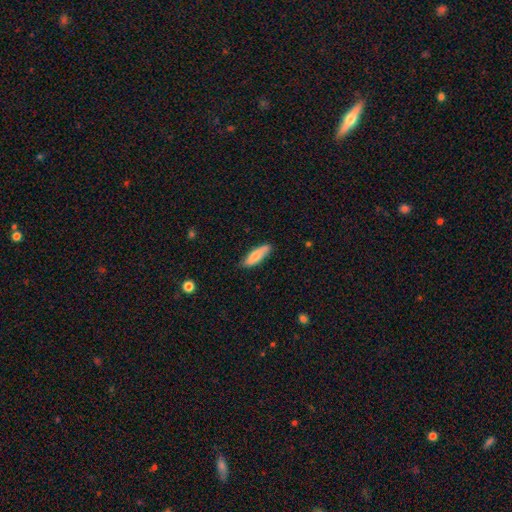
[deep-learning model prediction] smooth_or_featured: smooth (p=0.78) [alt: featured or disk p=0.16]
how_rounded: cigar-shaped (p=0.55) [alt: in between p=0.43]
merging: none (p=0.80) [alt: minor disturbance p=0.16]